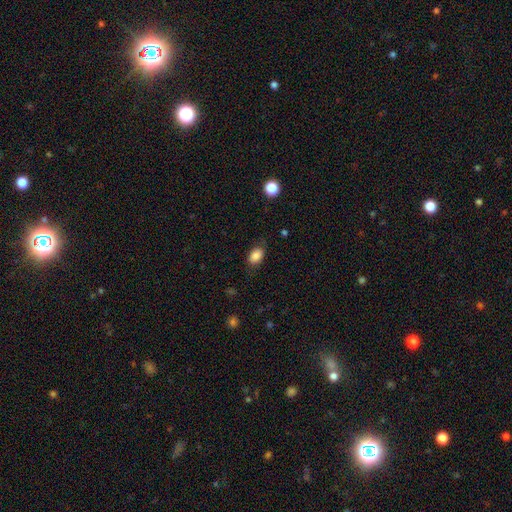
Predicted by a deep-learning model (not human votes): Smooth or featured? smooth (85%)
How rounded? in between (83%)
Merging? none (76%)